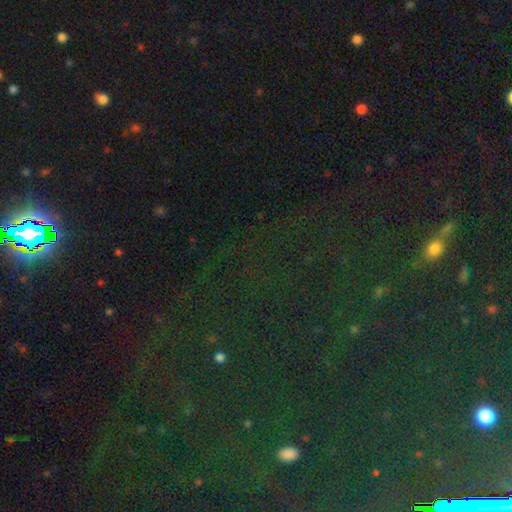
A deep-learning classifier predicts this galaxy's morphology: Smooth or featured? star or artifact (81%)